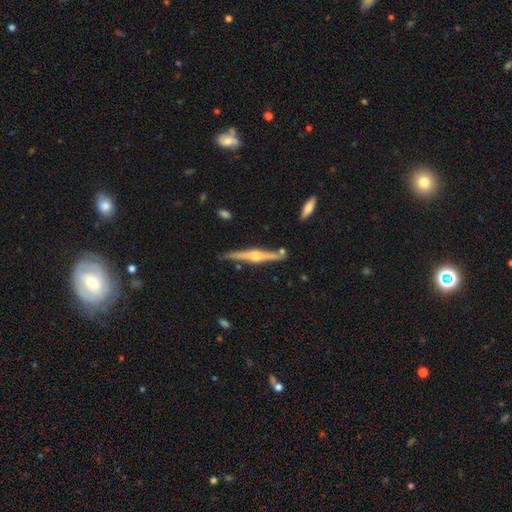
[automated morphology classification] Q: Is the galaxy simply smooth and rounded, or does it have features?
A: featured or disk — 81%.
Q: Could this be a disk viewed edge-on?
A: yes — 98%.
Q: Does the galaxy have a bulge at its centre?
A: rounded — 89%.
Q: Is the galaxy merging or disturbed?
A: none — 83%.